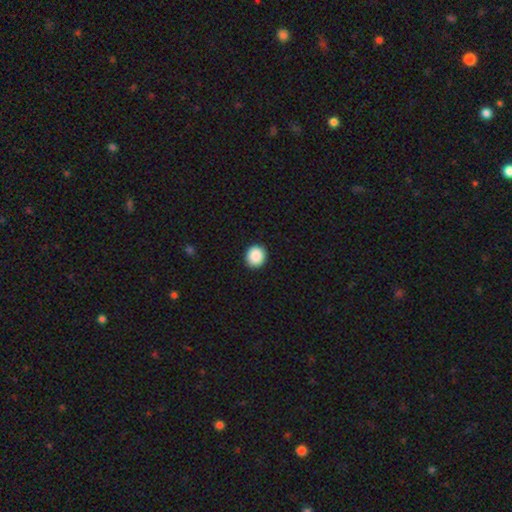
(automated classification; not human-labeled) Morphology: type=smooth (89%); roundness=round (85%); merging=none (92%).